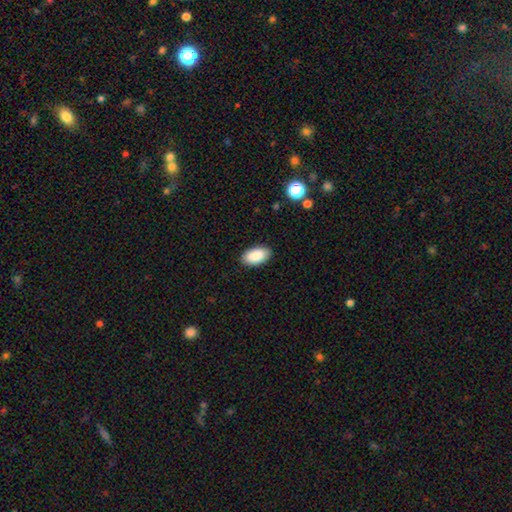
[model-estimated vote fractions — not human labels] Smooth or featured? Predicted: smooth (p=0.90). How rounded? Predicted: in between (p=0.96). Merging? Predicted: none (p=0.88).